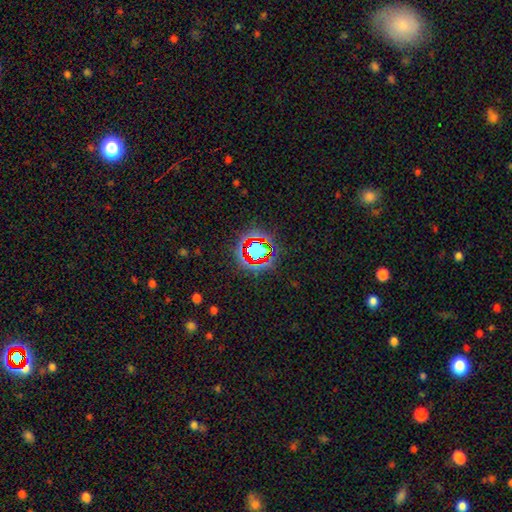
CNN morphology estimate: This appears to be a star or artifact, not a galaxy (65%).